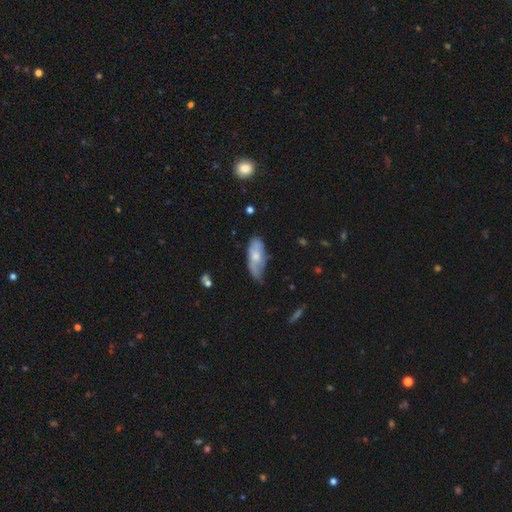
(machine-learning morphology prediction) This is likely a smooth galaxy (60%). How rounded: clearly in between (80%). Merging: possibly none (48%).